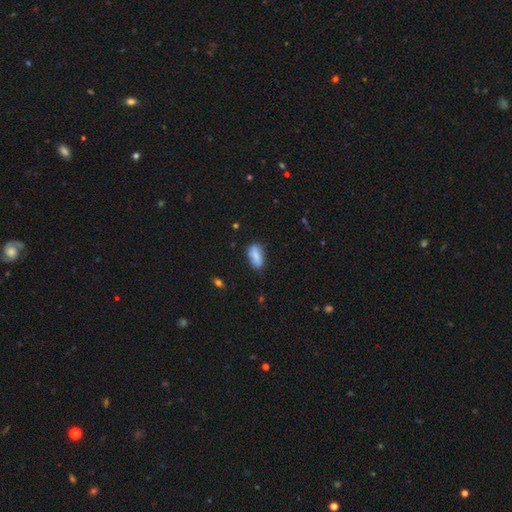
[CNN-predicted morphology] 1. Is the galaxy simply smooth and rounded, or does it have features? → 79% smooth, 14% featured or disk, 7% star or artifact.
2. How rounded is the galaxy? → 87% in between, 9% cigar-shaped, 4% round.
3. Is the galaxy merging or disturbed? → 71% none, 22% minor disturbance, 4% major disturbance, 3% merger.